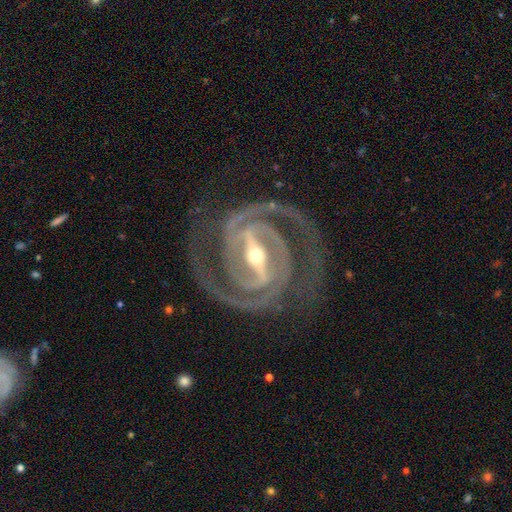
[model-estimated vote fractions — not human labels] Morphology: type=featured or disk (94%); edge-on=no (97%); bar=strong (81%); spiral arms=yes (98%); winding=tight (56%); arm count=2 (91%); bulge=moderate (51%); merging=none (80%).